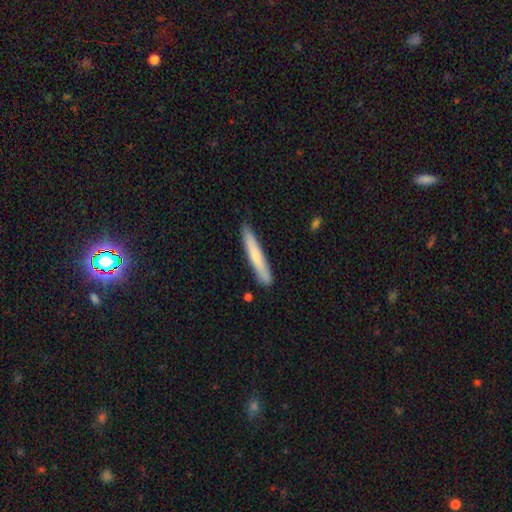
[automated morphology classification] Smooth or featured? smooth (68%)
How rounded? cigar-shaped (94%)
Merging? none (85%)